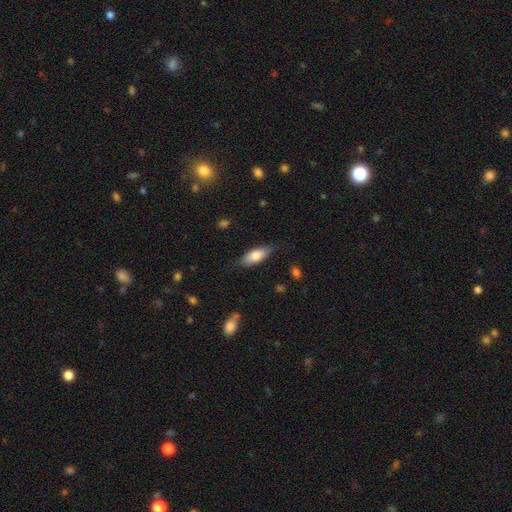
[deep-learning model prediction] The model was most divided on "how rounded": in between: 78%, cigar-shaped: 20%, round: 2%. More confident: smooth or featured — smooth (77%); merging — none (77%).